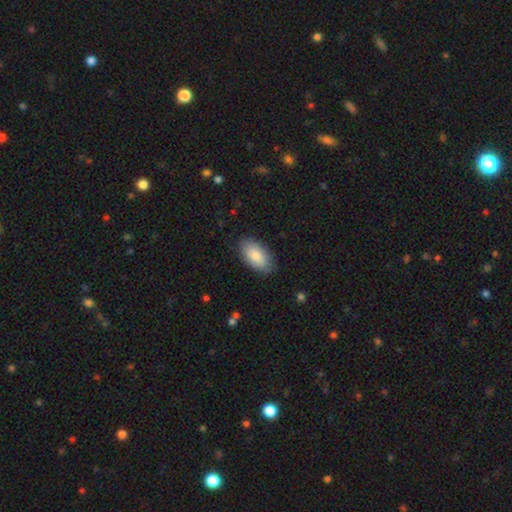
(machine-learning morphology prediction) This is clearly a smooth galaxy (85%). How rounded: clearly in between (95%). Merging: clearly none (84%).